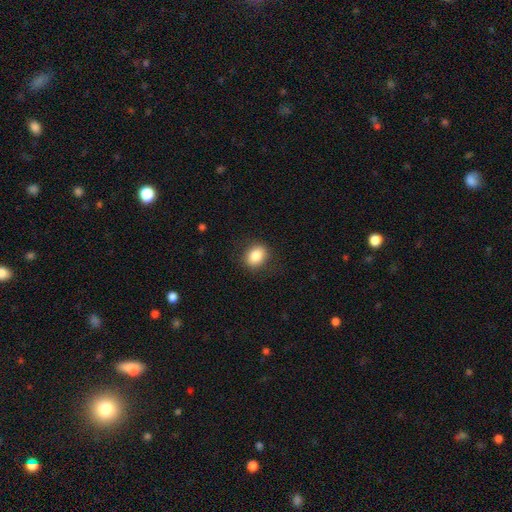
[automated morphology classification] Smooth or featured? smooth (85%)
How rounded? in between (56%)
Merging? none (85%)